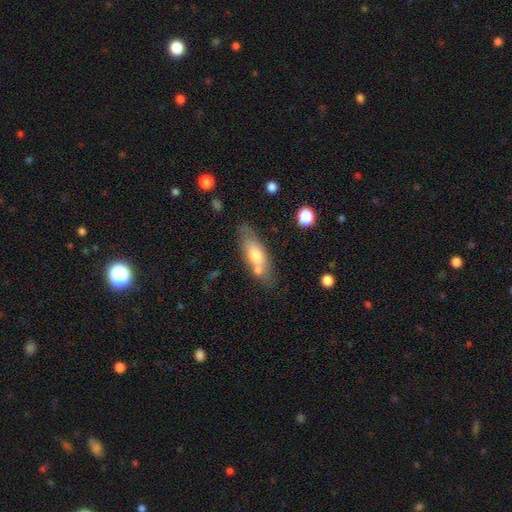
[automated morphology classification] smooth_or_featured: smooth (p=0.64) [alt: featured or disk p=0.29]
how_rounded: in between (p=0.64) [alt: cigar-shaped p=0.33]
merging: none (p=0.63) [alt: minor disturbance p=0.17]